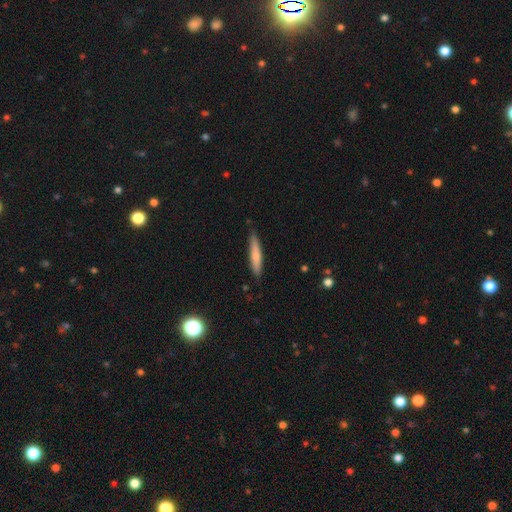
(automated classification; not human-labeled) A smooth galaxy with no disk features (68%) that is cigar-shaped (89%). Merging: none (83%).